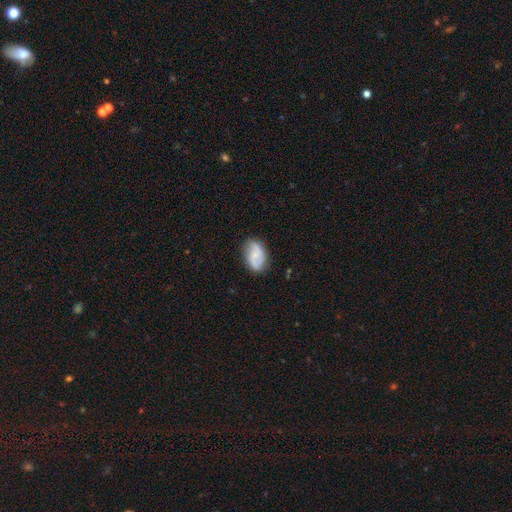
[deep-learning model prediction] Smooth or featured? featured or disk (60%)
Edge-on disk? no (97%)
Bar? no (53%)
Spiral arms? yes (92%)
Spiral winding? medium (44%)
Spiral arm count? 2 (83%)
Bulge size? small (54%)
Merging? none (77%)